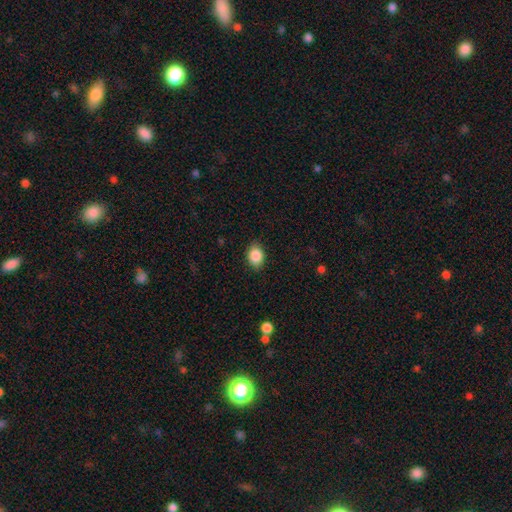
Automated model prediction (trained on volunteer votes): Smooth or featured: smooth — 87% (star or artifact — 8%)
How rounded: in between — 66% (round — 33%)
Merging: none — 85% (minor disturbance — 11%)